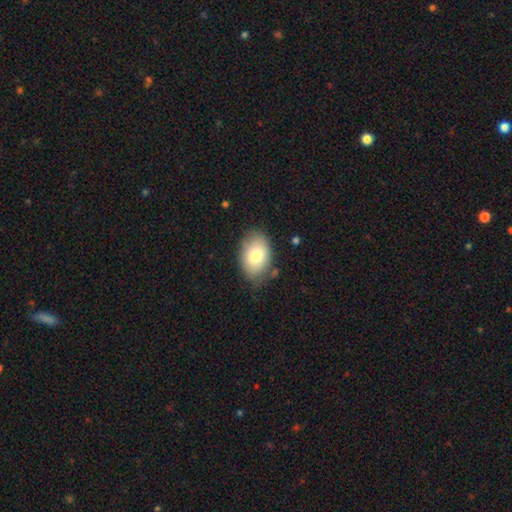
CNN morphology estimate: smooth_or_featured: smooth (p=0.78) [alt: featured or disk p=0.14]
how_rounded: in between (p=0.85) [alt: round p=0.13]
merging: none (p=0.75) [alt: minor disturbance p=0.19]